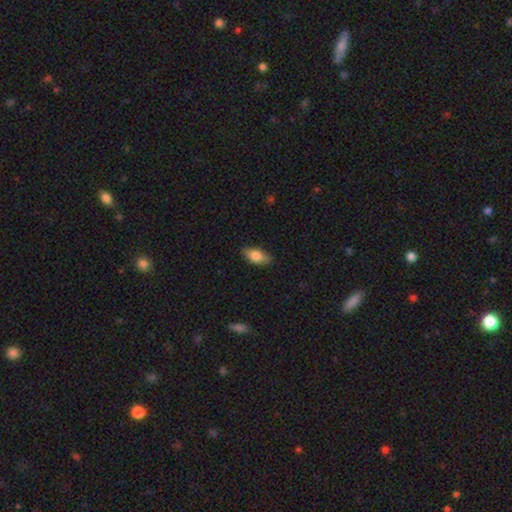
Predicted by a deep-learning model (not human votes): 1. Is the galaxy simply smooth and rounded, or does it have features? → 78% smooth, 16% featured or disk, 7% star or artifact.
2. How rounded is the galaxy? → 86% in between, 10% cigar-shaped, 4% round.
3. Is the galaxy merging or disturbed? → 85% none, 11% minor disturbance, 2% major disturbance, 1% merger.